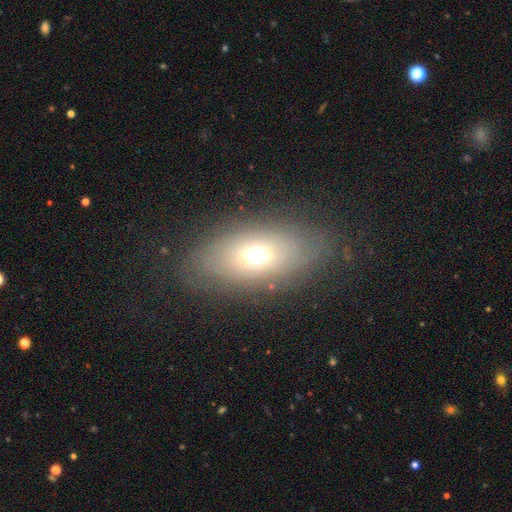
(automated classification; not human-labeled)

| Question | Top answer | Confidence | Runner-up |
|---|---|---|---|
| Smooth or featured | smooth | 58% | featured or disk (26%) |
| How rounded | in between | 81% | round (15%) |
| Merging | none | 76% | minor disturbance (13%) |